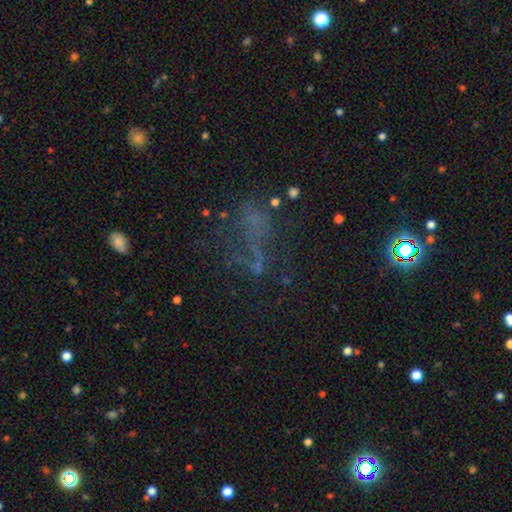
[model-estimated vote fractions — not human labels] A star or artifact, not a galaxy (42%).